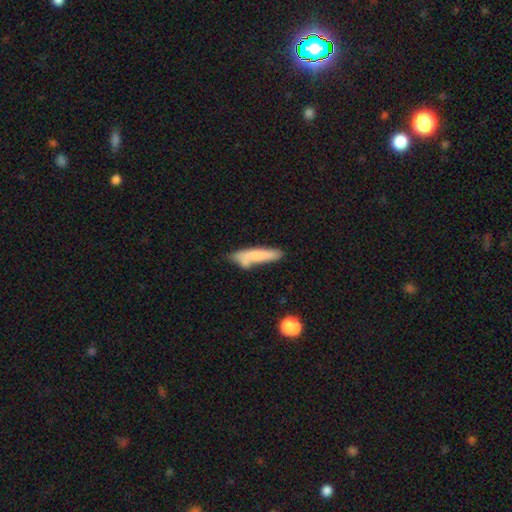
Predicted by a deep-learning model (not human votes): Smooth or featured?
  - smooth: 74% *
  - featured or disk: 19%
  - star or artifact: 7%
How rounded?
  - cigar-shaped: 82% *
  - in between: 17%
  - round: 2%
Merging?
  - none: 55% *
  - minor disturbance: 24%
  - merger: 15%
  - major disturbance: 7%